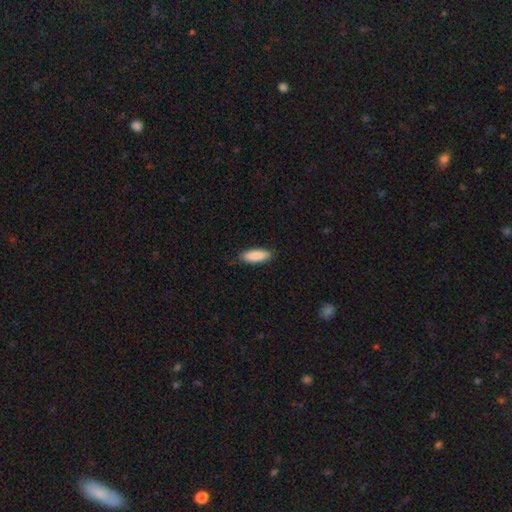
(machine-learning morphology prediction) Q: Smooth or featured?
A: smooth (89%); runner-up: star or artifact (6%)
Q: How rounded?
A: in between (65%); runner-up: cigar-shaped (33%)
Q: Merging?
A: none (86%); runner-up: minor disturbance (11%)